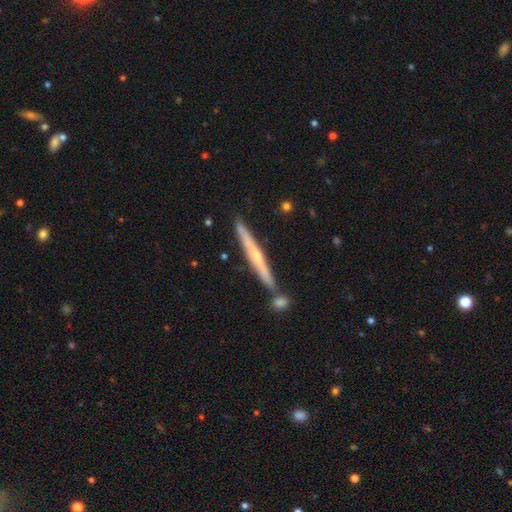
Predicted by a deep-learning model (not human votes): Overall: featured or disk (66%; smooth 28%). Edge-on disk: yes (96%). Edge-on bulge: rounded (63%; none 33%). Merging: none (79%).